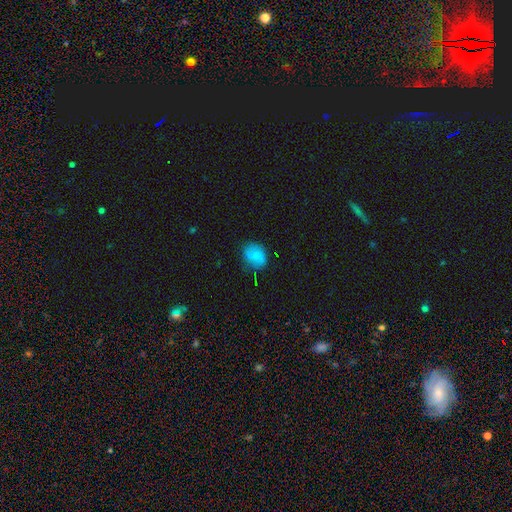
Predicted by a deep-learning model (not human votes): Overall: smooth (75%). How rounded: in between (54%; round 45%). Merging: none (66%).